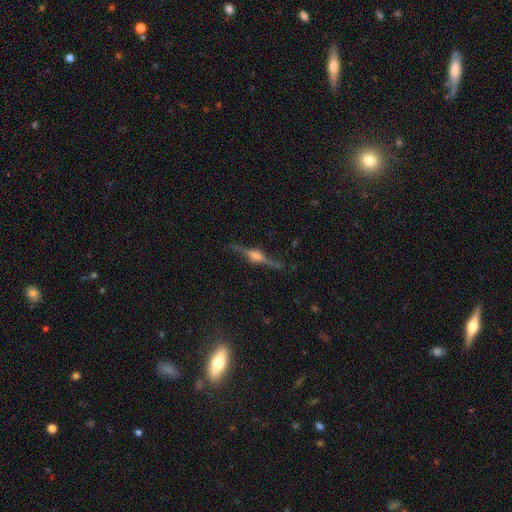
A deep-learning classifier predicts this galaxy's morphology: Smooth or featured? featured or disk (85%)
Edge-on disk? yes (98%)
Edge-on bulge? rounded (90%)
Merging? none (88%)